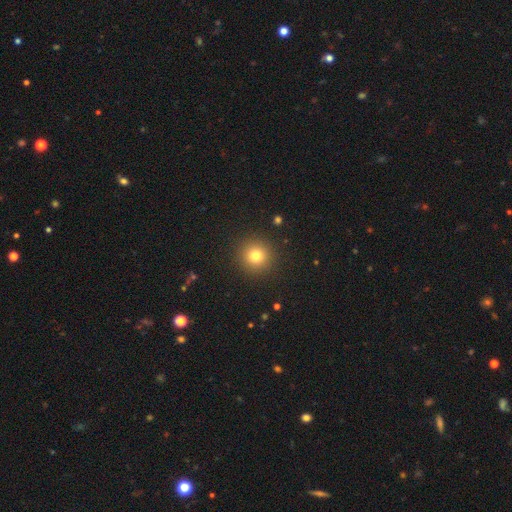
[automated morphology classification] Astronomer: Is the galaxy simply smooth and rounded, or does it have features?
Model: smooth — 79%.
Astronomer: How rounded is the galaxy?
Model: round — 94%.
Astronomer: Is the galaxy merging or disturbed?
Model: none — 91%.